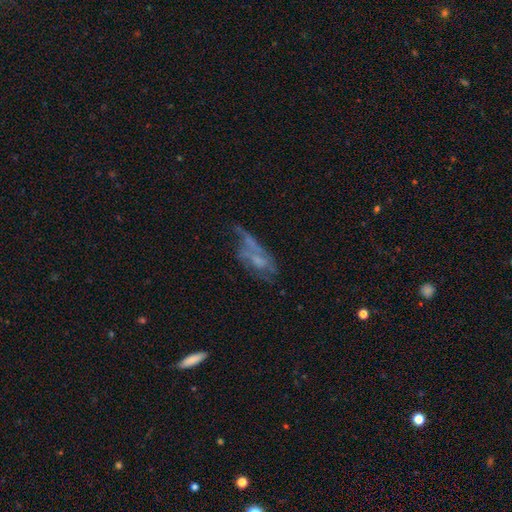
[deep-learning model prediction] This appears to be a featured or disk galaxy (56%). Merging: major disturbance (36%).